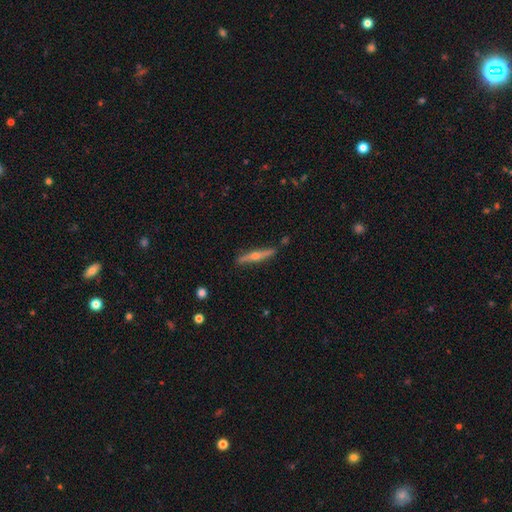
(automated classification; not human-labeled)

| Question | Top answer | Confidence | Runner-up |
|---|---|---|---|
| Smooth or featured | featured or disk | 70% | smooth (24%) |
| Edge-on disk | yes | 96% | no (4%) |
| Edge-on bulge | rounded | 90% | none (6%) |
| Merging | none | 88% | minor disturbance (9%) |